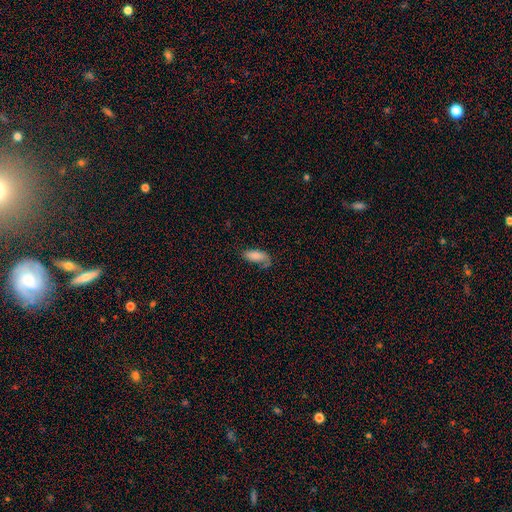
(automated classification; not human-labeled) Smooth or featured? smooth (77%)
How rounded? in between (83%)
Merging? none (49%)